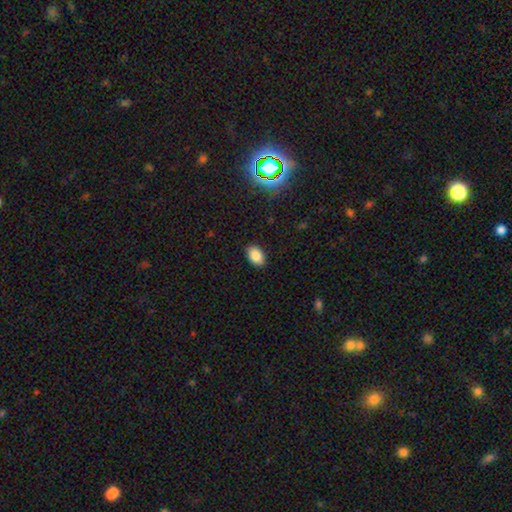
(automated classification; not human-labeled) A smooth galaxy with no disk features (85%) that is in between round and cigar-shaped (89%). Merging: none (88%).